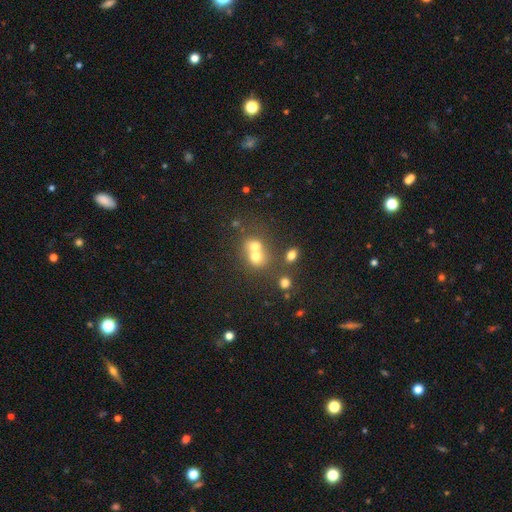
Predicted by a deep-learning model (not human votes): Smooth or featured? Predicted: smooth (p=0.67). How rounded? Predicted: round (p=0.71). Merging? Predicted: merger (p=0.62).